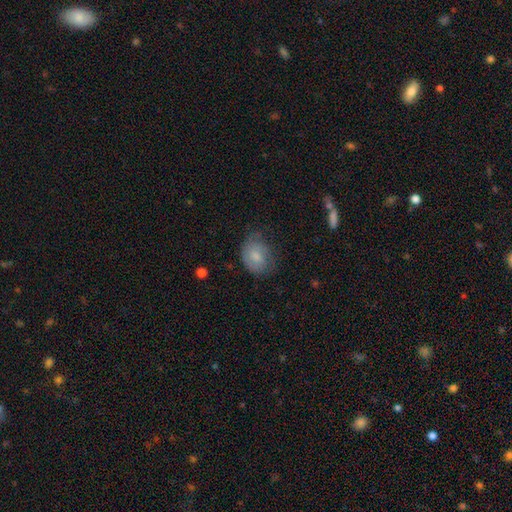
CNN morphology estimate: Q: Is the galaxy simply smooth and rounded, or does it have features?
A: smooth — 72%.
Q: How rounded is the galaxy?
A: in between — 61%.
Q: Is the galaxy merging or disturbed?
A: none — 57%.